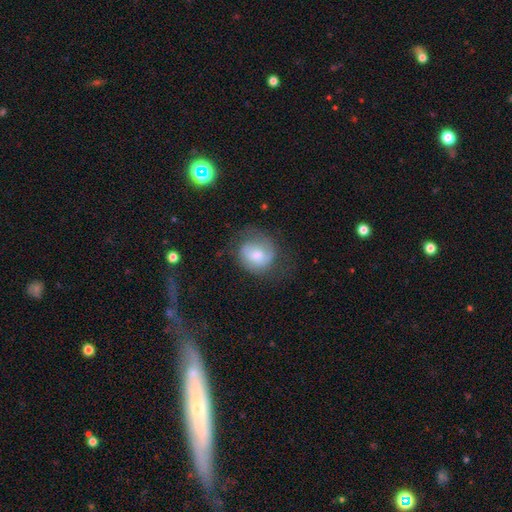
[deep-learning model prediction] smooth 45% (tied), featured or disk 45% (tied), star or artifact 10%. Down the decision tree: merging — none (59%).